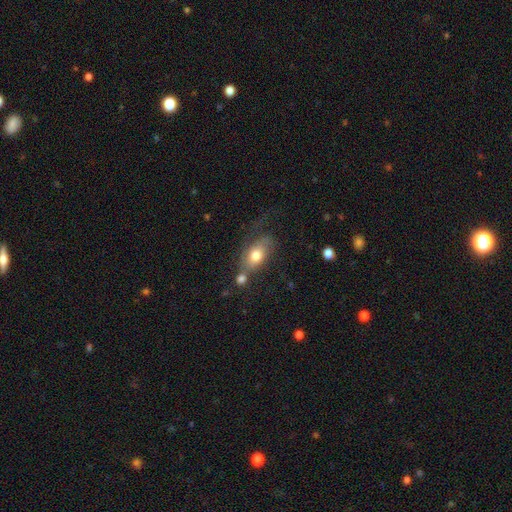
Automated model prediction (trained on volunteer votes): This is likely a smooth galaxy (69%). How rounded: clearly in between (83%). Merging: marginally none (43%).